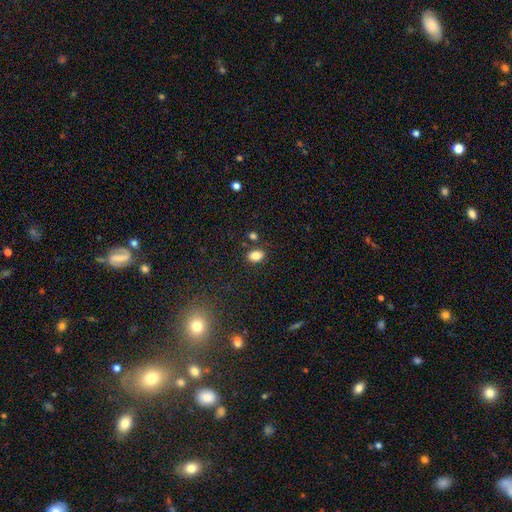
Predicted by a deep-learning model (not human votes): Smooth or featured?
  - smooth: 83% *
  - star or artifact: 10%
  - featured or disk: 7%
How rounded?
  - in between: 80% *
  - round: 18%
  - cigar-shaped: 1%
Merging?
  - none: 79% *
  - minor disturbance: 11%
  - merger: 7%
  - major disturbance: 3%